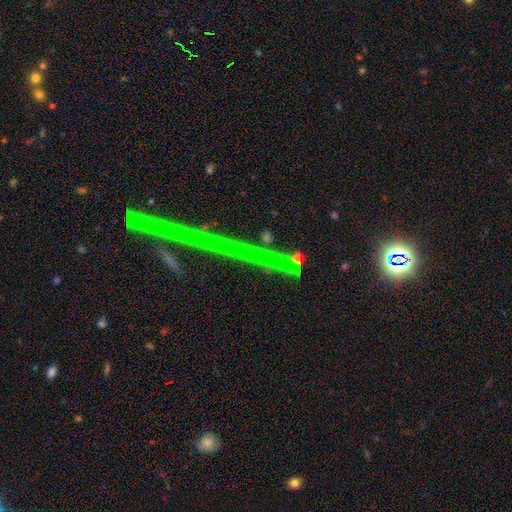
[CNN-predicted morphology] Smooth or featured? star or artifact (71%)